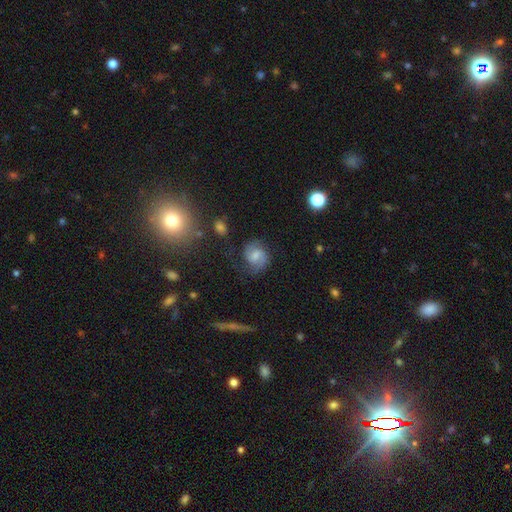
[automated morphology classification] smooth_or_featured: featured or disk (p=0.69) [alt: smooth p=0.22]
disk_edge_on: no (p=0.98) [alt: yes p=0.02]
bar: weak (p=0.57) [alt: no p=0.25]
has_spiral_arms: yes (p=0.93) [alt: no p=0.07]
spiral_winding: medium (p=0.52) [alt: loose p=0.25]
spiral_arm_count: 2 (p=0.87) [alt: can't tell p=0.06]
bulge_size: moderate (p=0.34) [alt: small p=0.31]
merging: none (p=0.72) [alt: minor disturbance p=0.17]